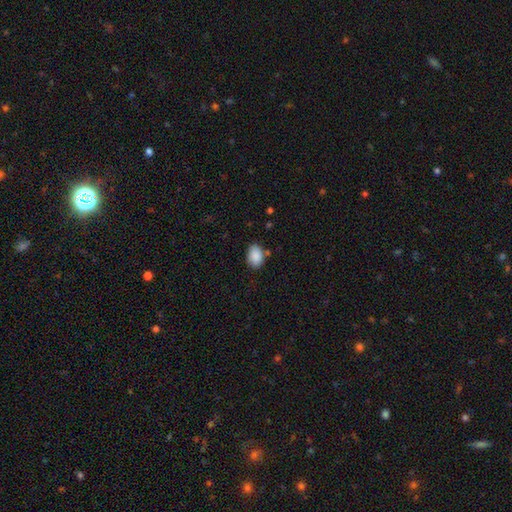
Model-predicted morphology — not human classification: Smooth or featured? smooth (89%)
How rounded? in between (83%)
Merging? none (78%)